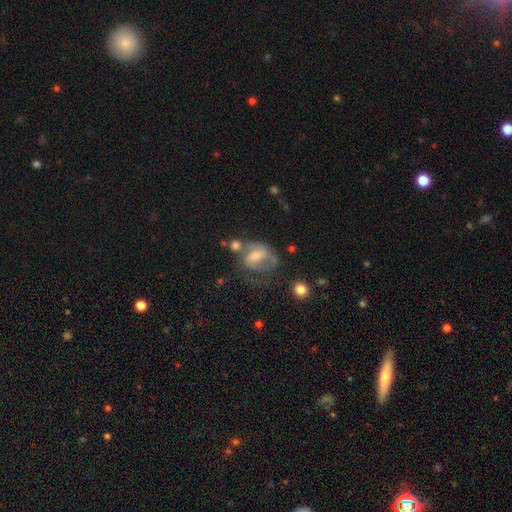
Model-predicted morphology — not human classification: Q: Smooth or featured?
A: featured or disk (62%); runner-up: smooth (29%)
Q: Edge-on disk?
A: no (95%); runner-up: yes (5%)
Q: Bar?
A: weak (42%); runner-up: strong (37%)
Q: Spiral arms?
A: yes (66%); runner-up: no (34%)
Q: Bulge size?
A: moderate (47%); runner-up: small (38%)
Q: Merging?
A: none (33%); runner-up: major disturbance (29%)